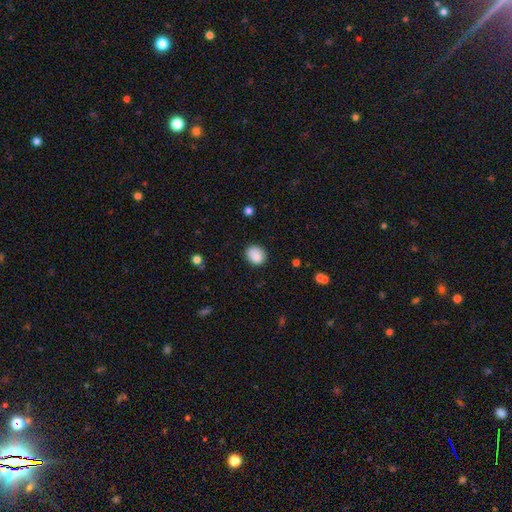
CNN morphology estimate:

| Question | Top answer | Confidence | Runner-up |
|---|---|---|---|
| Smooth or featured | smooth | 86% | star or artifact (8%) |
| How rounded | round | 64% | in between (36%) |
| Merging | none | 80% | minor disturbance (15%) |